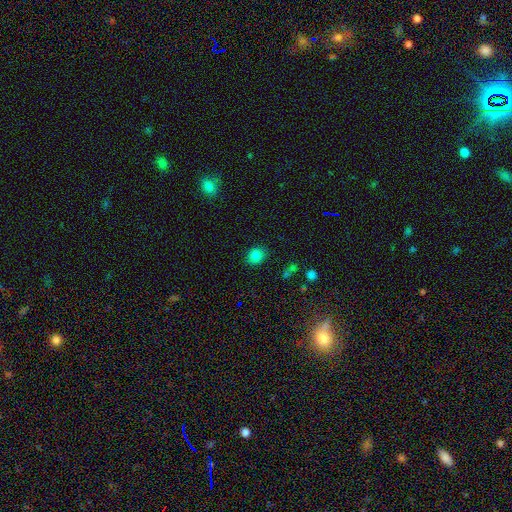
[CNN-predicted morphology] A smooth galaxy with no disk features (82%) that is round (60%).

Vote fractions:
- Smooth or featured? smooth: 82% / star or artifact: 12% / featured or disk: 6%
- How rounded? round: 60% / in between: 39% / cigar-shaped: 1%
- Merging? none: 87% / minor disturbance: 9% / major disturbance: 2% / merger: 2%